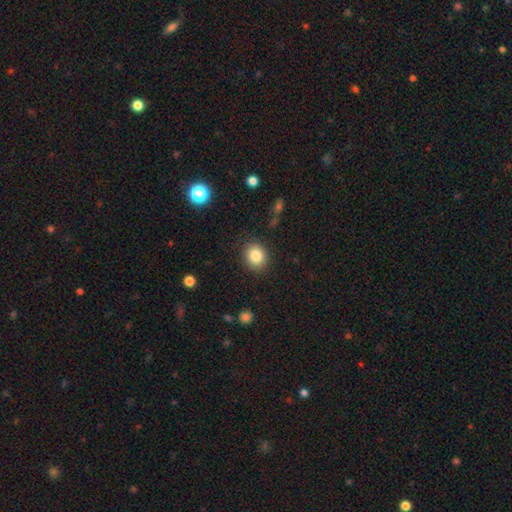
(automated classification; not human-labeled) smooth-or-featured: smooth: 84% | star or artifact: 10% | featured or disk: 7%
  how-rounded: round: 67% | in between: 32% | cigar-shaped: 1%
  merging: none: 88% | minor disturbance: 8% | major disturbance: 3% | merger: 1%